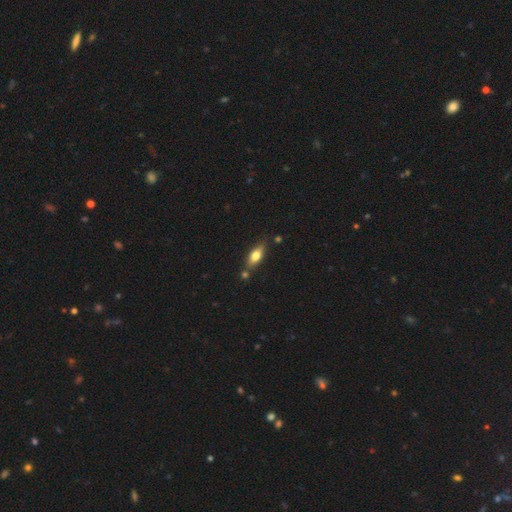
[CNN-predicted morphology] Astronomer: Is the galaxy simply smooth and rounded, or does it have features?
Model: smooth — 68%.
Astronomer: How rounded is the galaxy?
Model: in between — 67%.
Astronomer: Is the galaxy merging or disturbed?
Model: none — 72%.